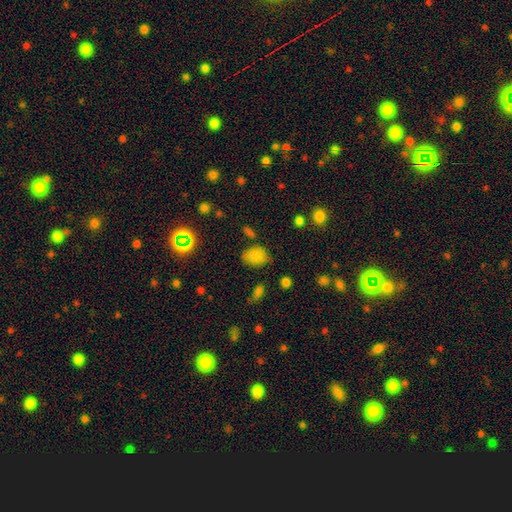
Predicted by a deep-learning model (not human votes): Morphology: type=smooth (79%); roundness=in between (74%); merging=none (70%).